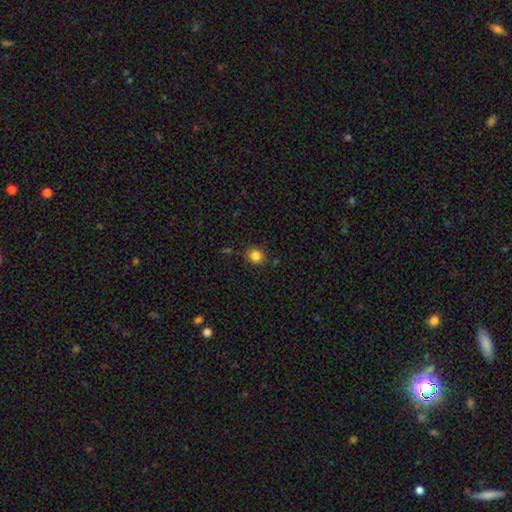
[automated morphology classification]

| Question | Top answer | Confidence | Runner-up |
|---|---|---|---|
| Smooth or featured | smooth | 84% | star or artifact (12%) |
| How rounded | round | 86% | in between (13%) |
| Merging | none | 86% | minor disturbance (9%) |